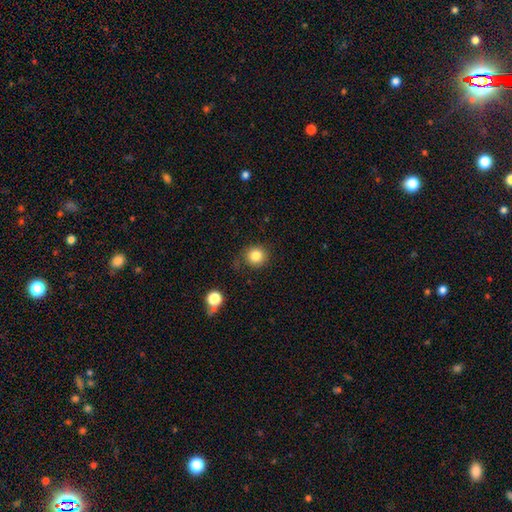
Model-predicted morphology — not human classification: smooth 83%, star or artifact 11%, featured or disk 6%. Down the decision tree: how rounded — round (90%); merging — none (79%).